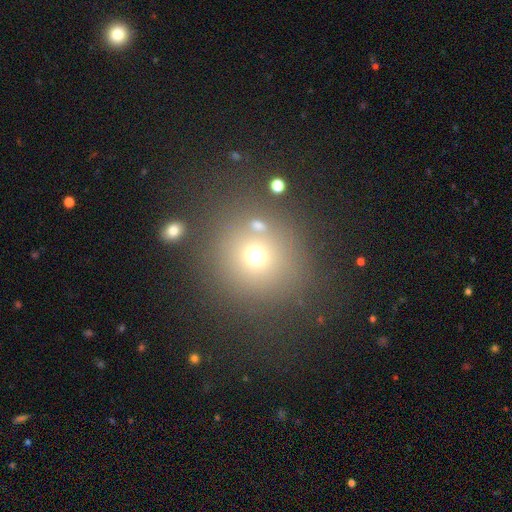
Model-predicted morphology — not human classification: This is likely a smooth galaxy (66%). How rounded: clearly round (90%). Merging: likely none (75%).